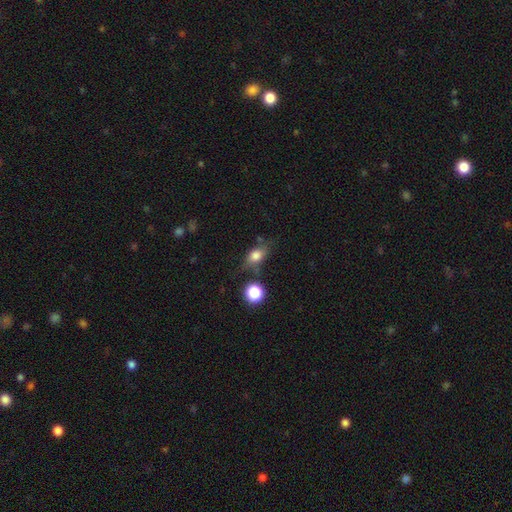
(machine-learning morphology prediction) smooth-or-featured: smooth: 76% | featured or disk: 13% | star or artifact: 10%
  how-rounded: in between: 73% | round: 21% | cigar-shaped: 6%
  merging: none: 62% | minor disturbance: 22% | merger: 9% | major disturbance: 8%